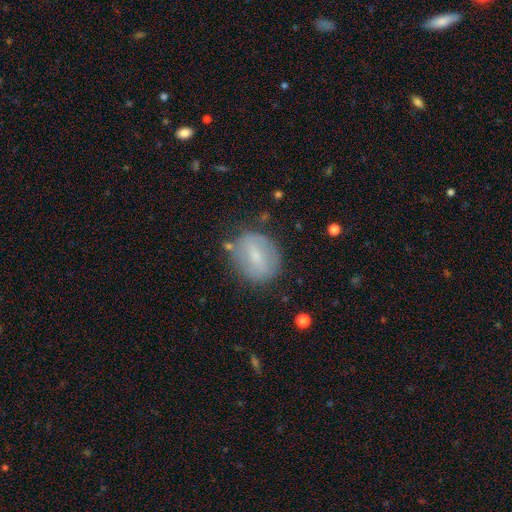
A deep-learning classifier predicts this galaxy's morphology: The model was most divided on "how rounded": in between: 51%, round: 47%, cigar-shaped: 2%. More confident: merging — none (75%); smooth or featured — smooth (54%).